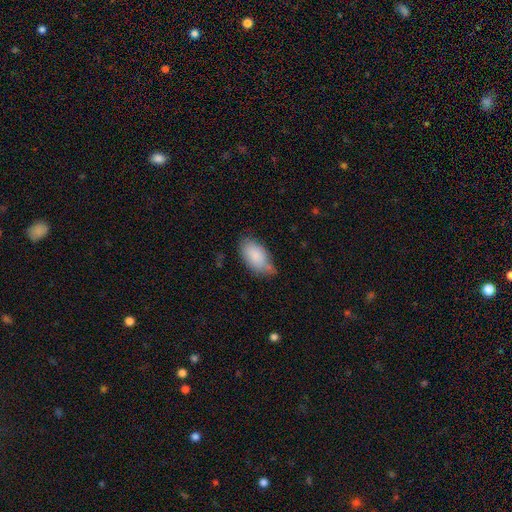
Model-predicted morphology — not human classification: This appears to be a smooth galaxy with no disk features (86%) that is in between round and cigar-shaped (94%). Merging: none (60%).